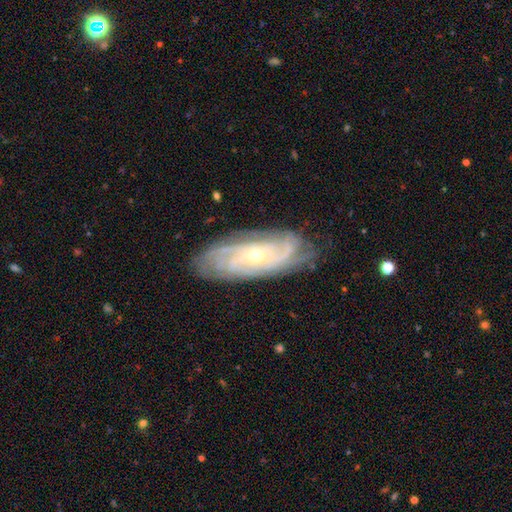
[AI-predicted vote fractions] This appears to be a featured or disk galaxy (85%) with no bar (73%), tight (72%) spiral arms (96%) and a small central bulge (68%). Merging: none (80%).